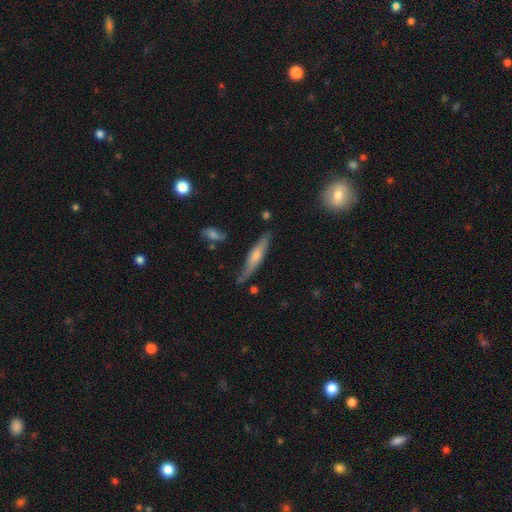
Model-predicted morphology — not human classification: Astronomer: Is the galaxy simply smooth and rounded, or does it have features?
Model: smooth — 49% (runner-up: featured or disk, 44%).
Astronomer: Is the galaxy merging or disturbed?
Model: none — 71%.